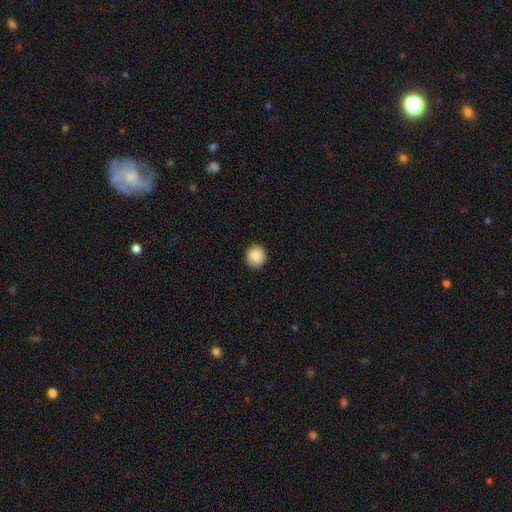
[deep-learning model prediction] Overall: smooth (88%). How rounded: round (87%). Merging: none (91%).